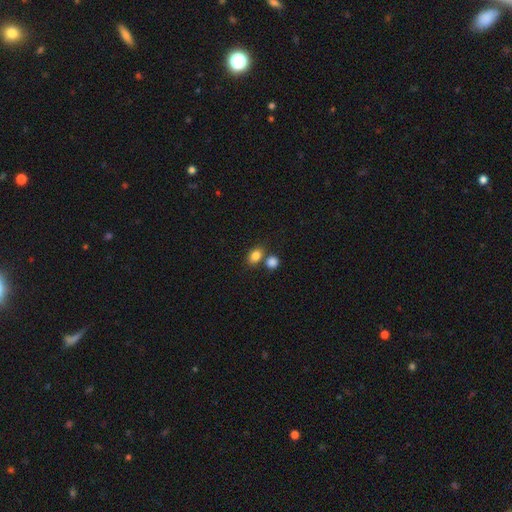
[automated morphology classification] Q: Smooth or featured?
A: smooth (83%); runner-up: star or artifact (10%)
Q: How rounded?
A: in between (63%); runner-up: round (36%)
Q: Merging?
A: none (58%); runner-up: merger (27%)